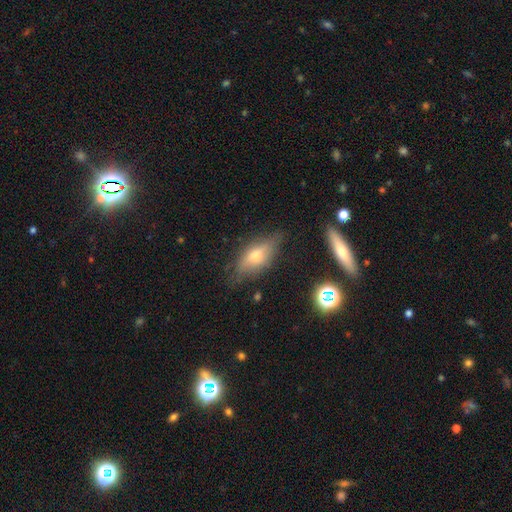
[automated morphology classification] A smooth galaxy with no disk features (46%). Merging: none (73%).